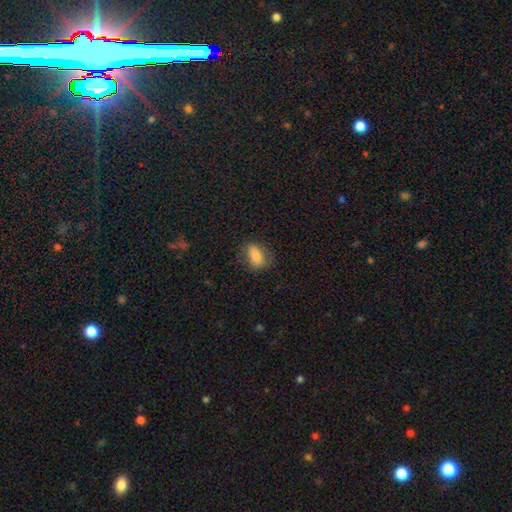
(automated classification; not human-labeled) Overall: smooth (74%). How rounded: in between (83%). Merging: none (73%).